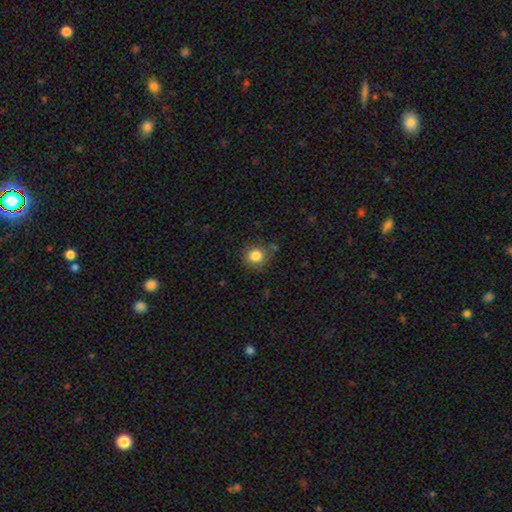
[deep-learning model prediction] Smooth or featured: smooth — 84% (star or artifact — 10%)
How rounded: round — 85% (in between — 14%)
Merging: none — 75% (minor disturbance — 17%)